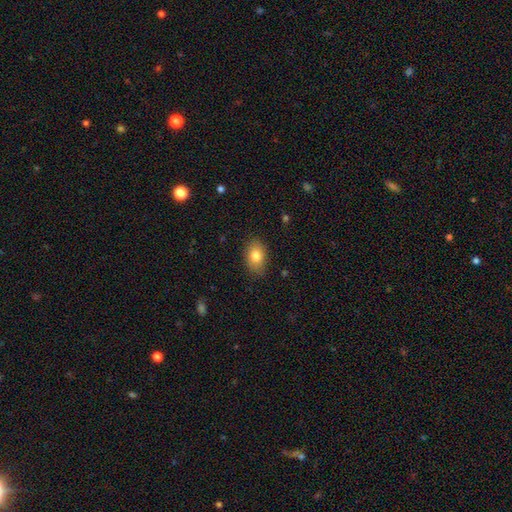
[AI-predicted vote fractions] Smooth or featured? Predicted: smooth (p=0.80). How rounded? Predicted: in between (p=0.84). Merging? Predicted: none (p=0.84).